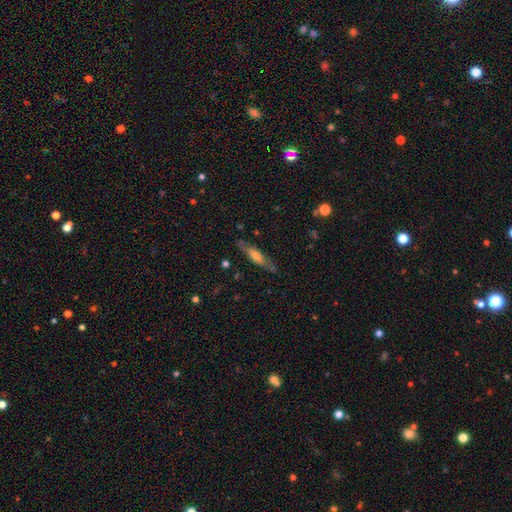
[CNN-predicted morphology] The model was most divided on "smooth or featured": featured or disk: 50%, smooth: 44%, star or artifact: 6%. More confident: merging — none (81%); edge-on disk — yes (64%).